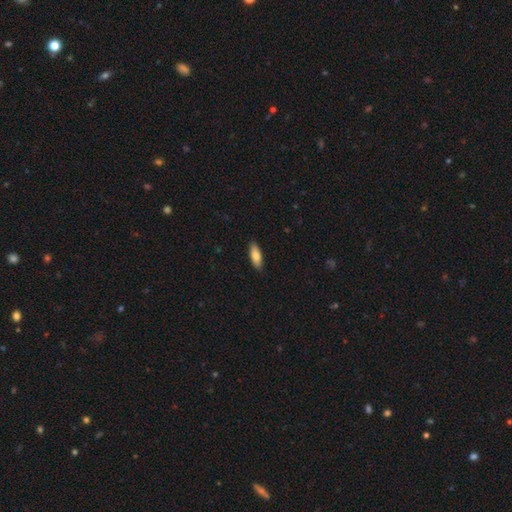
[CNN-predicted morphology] A smooth galaxy with no disk features (79%) that is in between round and cigar-shaped (68%).

Vote fractions:
- Smooth or featured? smooth: 79% / featured or disk: 15% / star or artifact: 6%
- How rounded? in between: 68% / cigar-shaped: 30% / round: 2%
- Merging? none: 90% / minor disturbance: 8% / major disturbance: 1% / merger: 1%